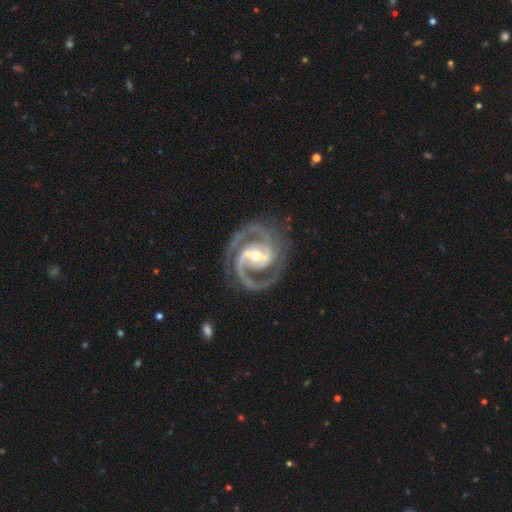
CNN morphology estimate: This appears to be a featured or disk galaxy (94%) with a strong bar (49%), 2 (82%) medium (56%) spiral arms (99%) and a moderate central bulge (50%). Merging: none (79%).